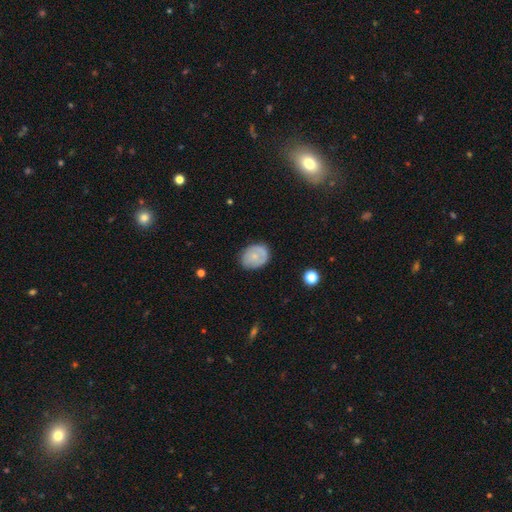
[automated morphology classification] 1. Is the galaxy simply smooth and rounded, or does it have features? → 57% smooth, 36% featured or disk, 7% star or artifact.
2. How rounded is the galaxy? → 52% in between, 47% round, 1% cigar-shaped.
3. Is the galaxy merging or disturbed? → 75% none, 19% minor disturbance, 5% major disturbance, 1% merger.